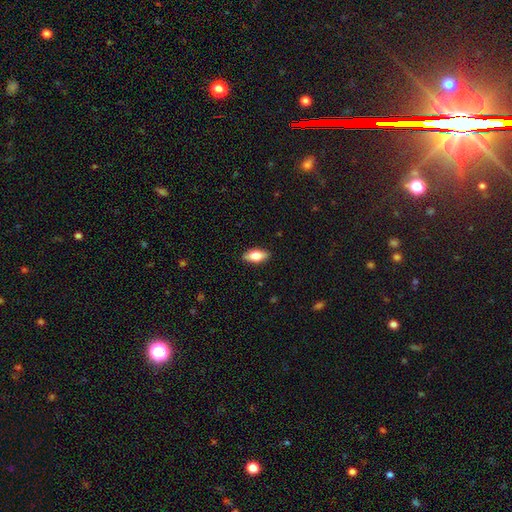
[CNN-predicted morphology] Smooth or featured?
  - smooth: 72% *
  - featured or disk: 22%
  - star or artifact: 7%
How rounded?
  - in between: 83% *
  - cigar-shaped: 13%
  - round: 3%
Merging?
  - none: 89% *
  - minor disturbance: 9%
  - major disturbance: 2%
  - merger: 1%